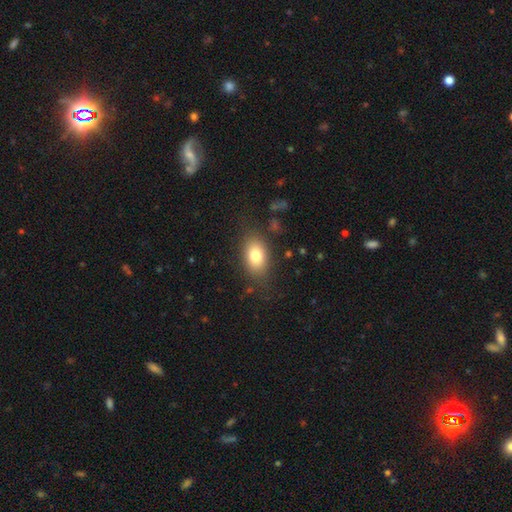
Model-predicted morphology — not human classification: smooth_or_featured: smooth (p=0.78) [alt: featured or disk p=0.13]
how_rounded: in between (p=0.84) [alt: round p=0.14]
merging: none (p=0.80) [alt: minor disturbance p=0.13]